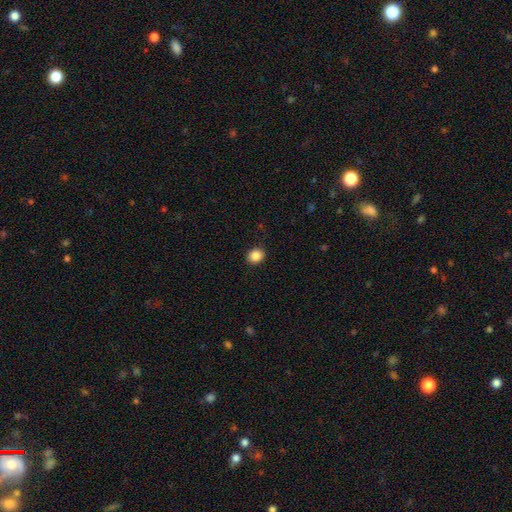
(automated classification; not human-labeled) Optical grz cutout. It shows a smooth galaxy with no disk features (87%) that is round (64%). Merging: none (90%).